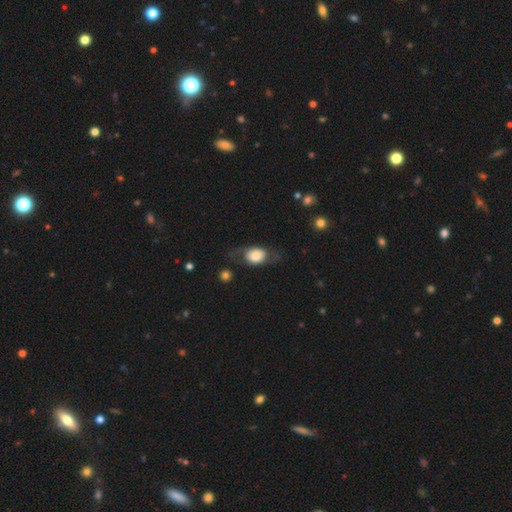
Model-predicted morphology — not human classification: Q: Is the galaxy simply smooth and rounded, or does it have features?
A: smooth — 55%.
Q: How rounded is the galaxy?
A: in between — 63%.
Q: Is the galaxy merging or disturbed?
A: none — 58%.